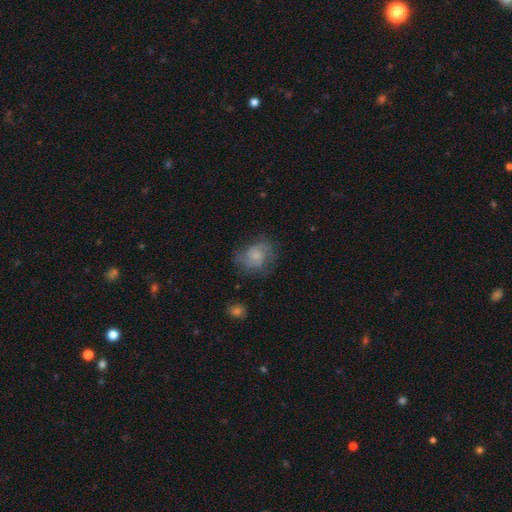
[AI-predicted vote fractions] A smooth galaxy with no disk features (51%) that is round (62%). Merging: none (56%).